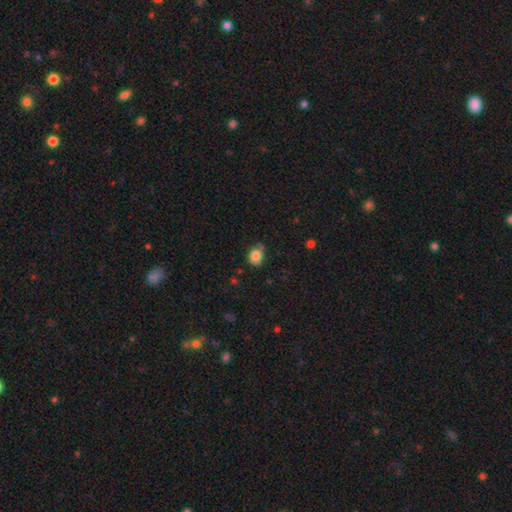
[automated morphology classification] type=smooth (83%); roundness=round (53%); merging=none (60%).